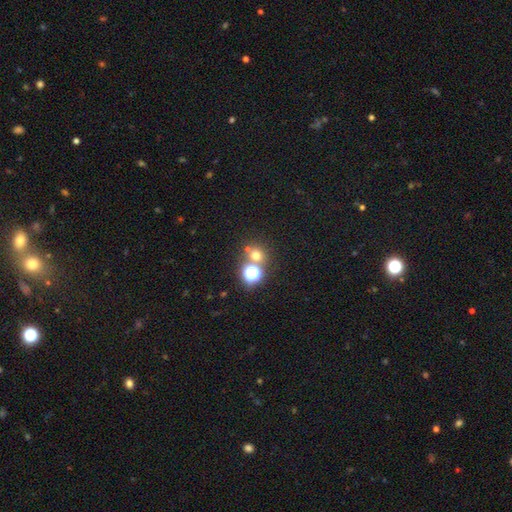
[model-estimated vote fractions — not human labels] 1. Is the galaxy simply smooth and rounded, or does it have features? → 61% smooth, 31% star or artifact, 8% featured or disk.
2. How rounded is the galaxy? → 88% round, 11% in between, 1% cigar-shaped.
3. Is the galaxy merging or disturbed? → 69% none, 20% merger, 7% minor disturbance, 4% major disturbance.